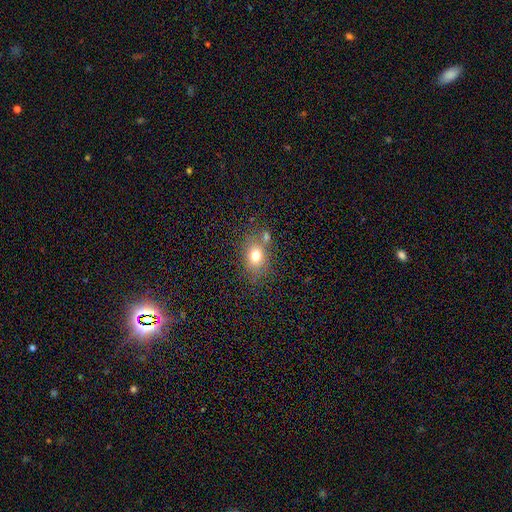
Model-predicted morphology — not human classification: Q: Smooth or featured?
A: smooth (74%); runner-up: featured or disk (13%)
Q: How rounded?
A: in between (58%); runner-up: round (41%)
Q: Merging?
A: none (63%); runner-up: merger (16%)